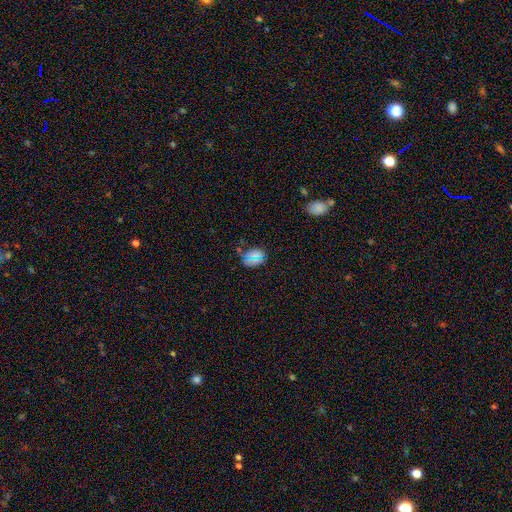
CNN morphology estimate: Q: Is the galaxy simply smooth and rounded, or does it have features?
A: smooth — 66%.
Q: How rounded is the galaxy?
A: in between — 75%.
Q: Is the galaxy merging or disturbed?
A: none — 74%.